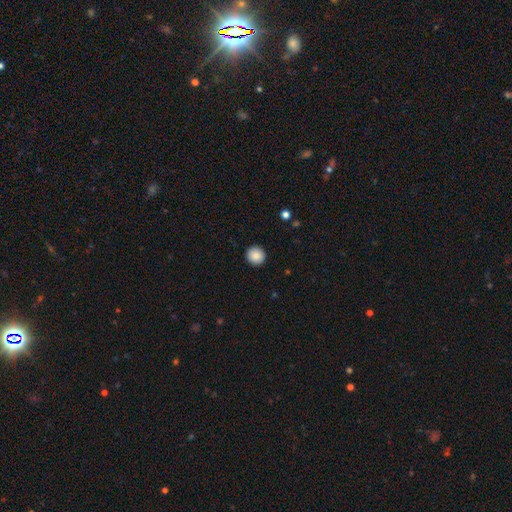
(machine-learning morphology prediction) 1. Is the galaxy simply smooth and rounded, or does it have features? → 87% smooth, 8% star or artifact, 4% featured or disk.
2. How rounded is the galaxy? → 95% round, 5% in between, 1% cigar-shaped.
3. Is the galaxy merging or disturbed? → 93% none, 5% minor disturbance, 2% major disturbance, 1% merger.